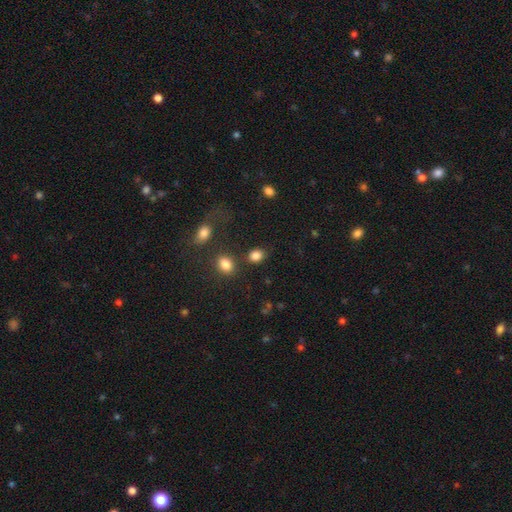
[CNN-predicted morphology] Smooth or featured? Predicted: smooth (p=0.85). How rounded? Predicted: round (p=0.51). Merging? Predicted: none (p=0.74).